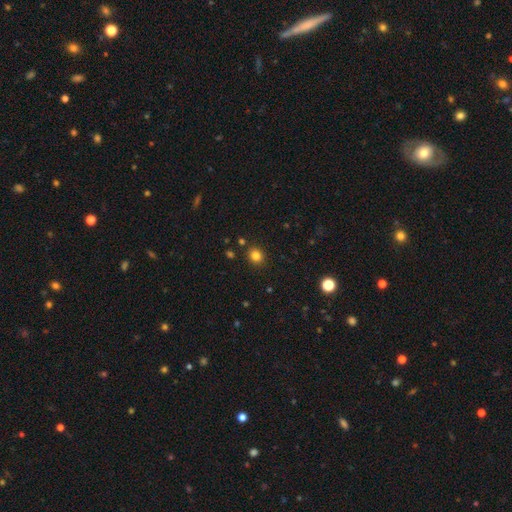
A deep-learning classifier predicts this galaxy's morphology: Smooth or featured? Predicted: smooth (p=0.83). How rounded? Predicted: round (p=0.79). Merging? Predicted: none (p=0.88).